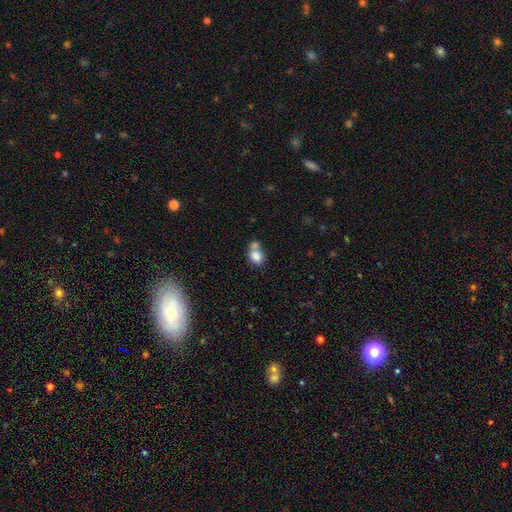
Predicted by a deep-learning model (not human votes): smooth-or-featured: smooth: 81% | featured or disk: 10% | star or artifact: 9%
  how-rounded: in between: 61% | round: 37% | cigar-shaped: 1%
  merging: merger: 48% | none: 36% | minor disturbance: 11% | major disturbance: 5%